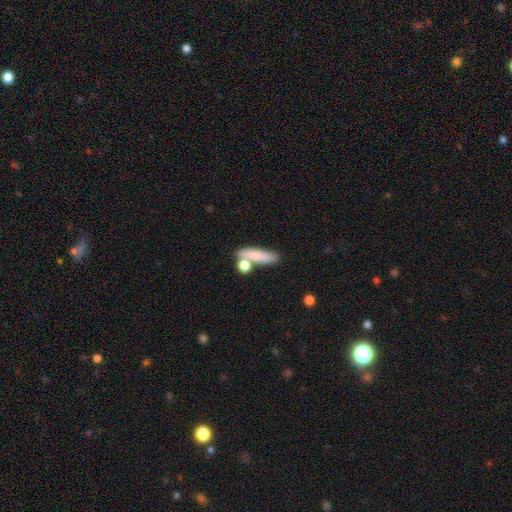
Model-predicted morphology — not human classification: The model was most divided on "how rounded": cigar-shaped: 61%, in between: 30%, round: 9%. More confident: smooth or featured — smooth (78%); merging — none (58%).